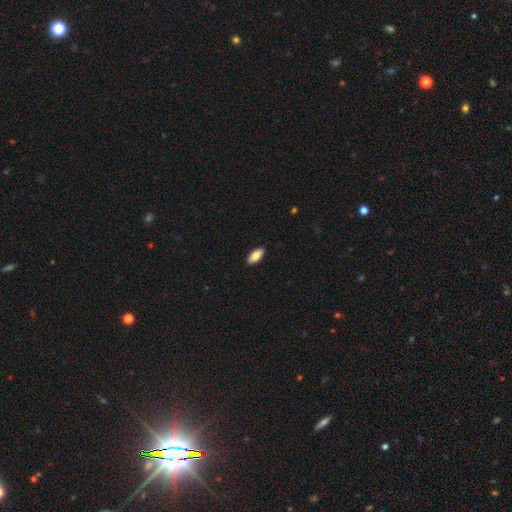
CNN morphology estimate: Smooth or featured? smooth (83%)
How rounded? in between (88%)
Merging? none (91%)